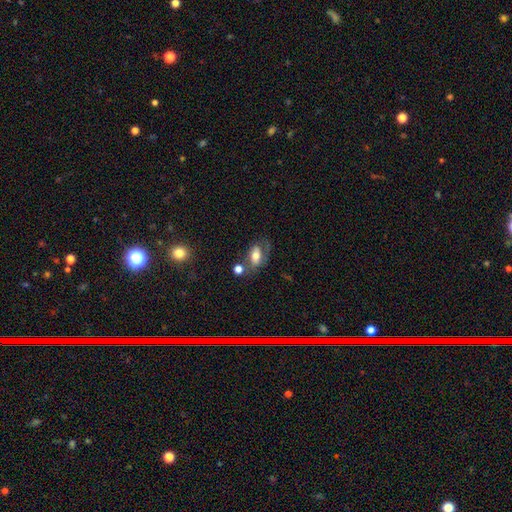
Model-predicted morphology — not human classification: The model was most divided on "smooth or featured": smooth: 56%, featured or disk: 35%, star or artifact: 9%. Remaining: how rounded — in between (85%); merging — none (48%).